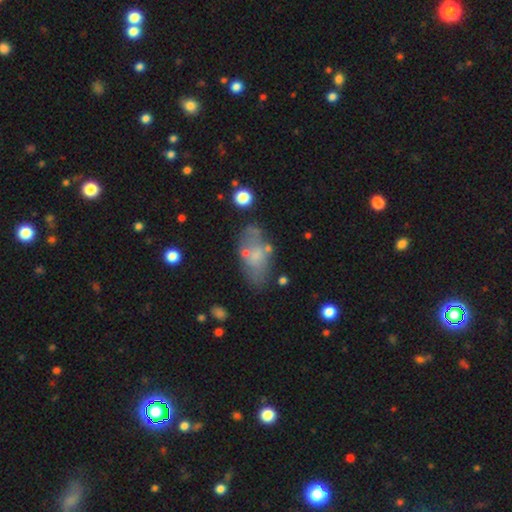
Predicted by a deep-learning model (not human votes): This is possibly a smooth galaxy (50%). Merging: likely none (62%).